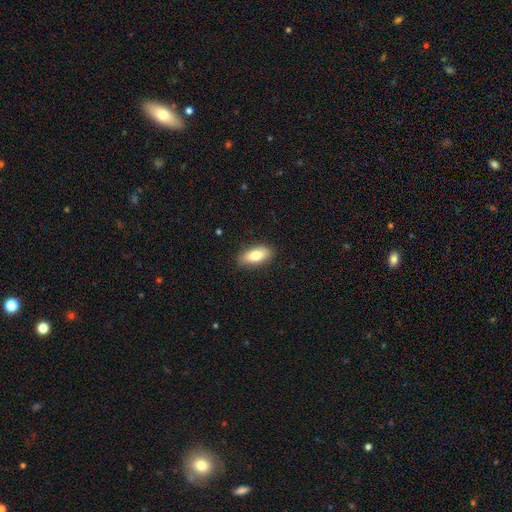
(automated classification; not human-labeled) Overall: smooth (80%). How rounded: in between (86%). Merging: none (86%).